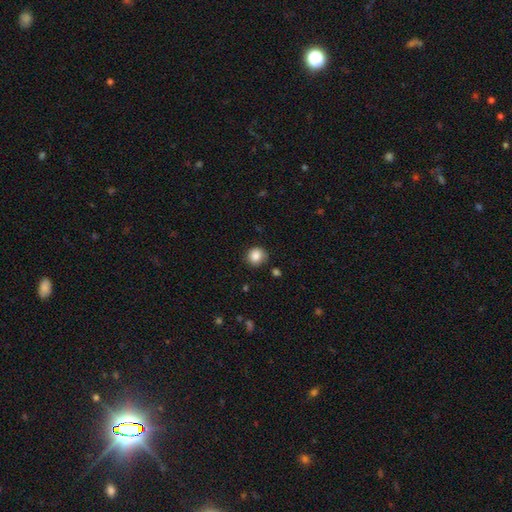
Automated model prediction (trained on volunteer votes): This appears to be a smooth galaxy with no disk features (86%) that is round (88%). Merging: none (81%).